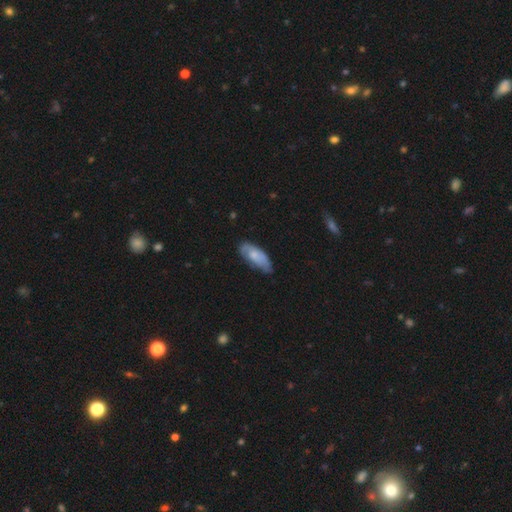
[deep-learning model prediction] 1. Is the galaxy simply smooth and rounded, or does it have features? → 67% smooth, 27% featured or disk, 6% star or artifact.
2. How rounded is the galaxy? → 81% in between, 17% cigar-shaped, 2% round.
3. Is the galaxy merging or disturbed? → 57% none, 34% minor disturbance, 7% major disturbance, 2% merger.